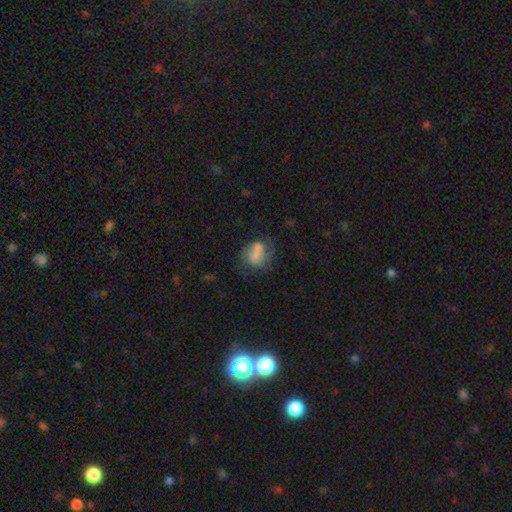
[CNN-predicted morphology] This appears to be a smooth galaxy with no disk features (63%) that is round (54%). Merging: none (41%).